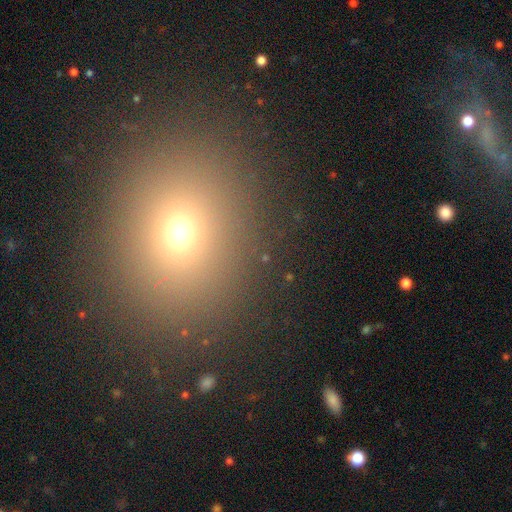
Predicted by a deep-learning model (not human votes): The model was most divided on "how rounded": round: 67%, in between: 32%, cigar-shaped: 1%. More confident: merging — none (88%); smooth or featured — smooth (65%).